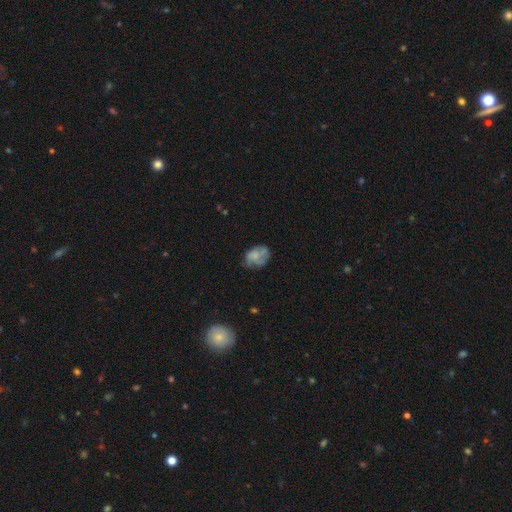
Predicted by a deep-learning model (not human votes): The model was most divided on "smooth or featured" (2-way tie): smooth: 45%, featured or disk: 45%, star or artifact: 10%. More confident: merging — none (57%).